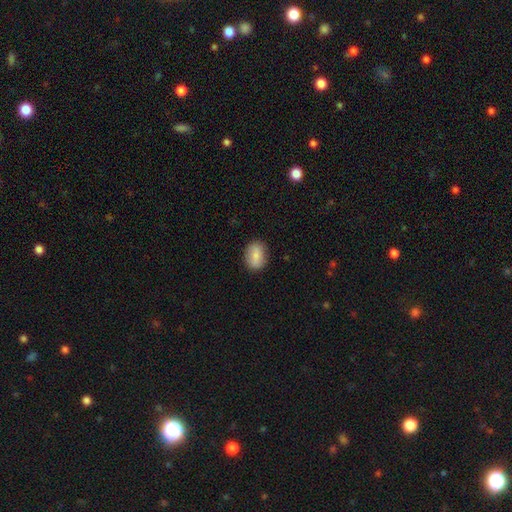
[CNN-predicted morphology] Smooth or featured? smooth (81%)
How rounded? in between (66%)
Merging? none (86%)